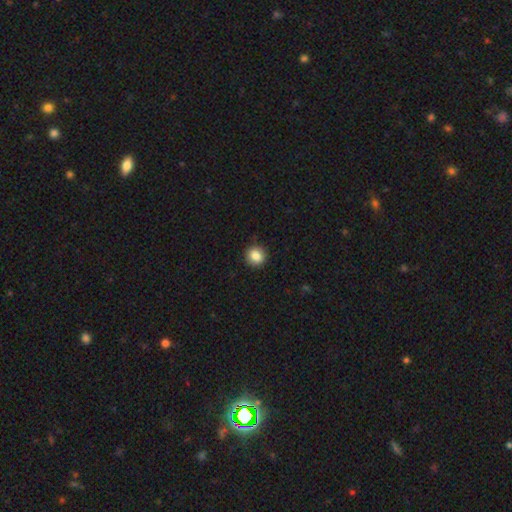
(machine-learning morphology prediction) smooth_or_featured: smooth (p=0.85) [alt: star or artifact p=0.09]
how_rounded: round (p=0.90) [alt: in between p=0.09]
merging: none (p=0.91) [alt: minor disturbance p=0.06]